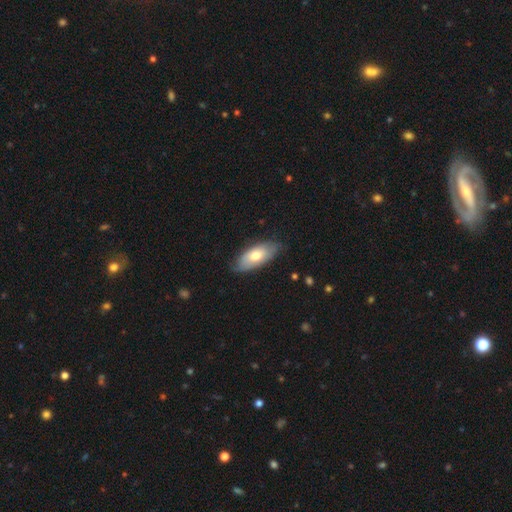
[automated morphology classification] This appears to be a smooth galaxy with no disk features (65%) that is in between round and cigar-shaped (89%). Merging: none (75%).